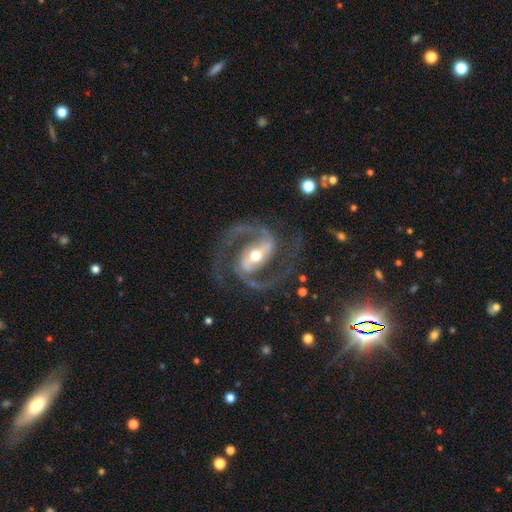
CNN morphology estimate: This appears to be a featured or disk galaxy (93%) with a strong bar (52%), 2 (94%) medium (67%) spiral arms (98%) and a moderate central bulge (67%). Merging: none (79%).